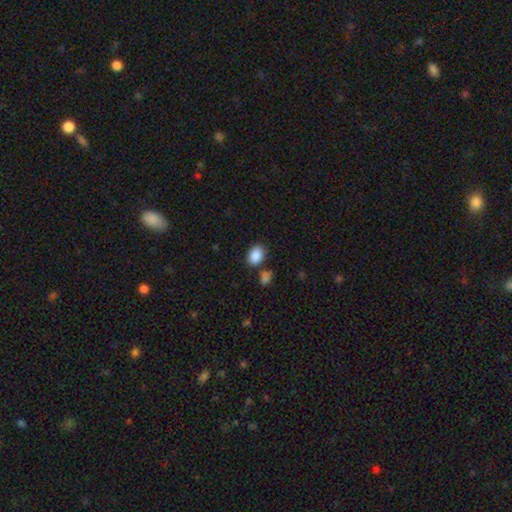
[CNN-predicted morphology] Smooth or featured?
  - smooth: 88% *
  - star or artifact: 8%
  - featured or disk: 4%
How rounded?
  - in between: 72% *
  - round: 27%
  - cigar-shaped: 1%
Merging?
  - none: 76% *
  - minor disturbance: 12%
  - merger: 9%
  - major disturbance: 3%